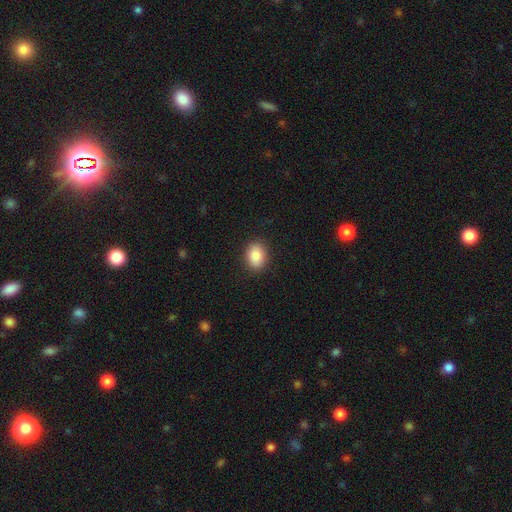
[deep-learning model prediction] smooth_or_featured: smooth (p=0.87) [alt: star or artifact p=0.08]
how_rounded: in between (p=0.66) [alt: round p=0.33]
merging: none (p=0.89) [alt: minor disturbance p=0.08]